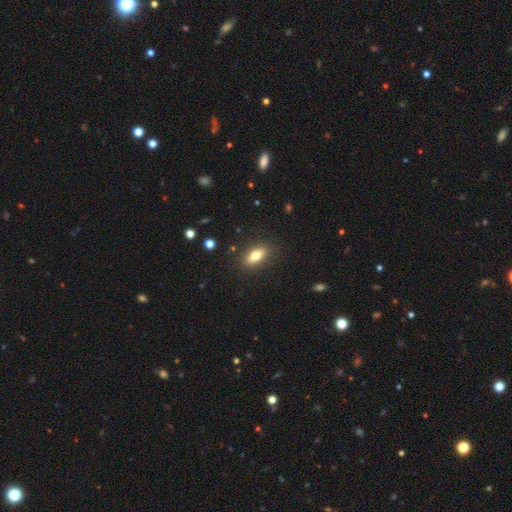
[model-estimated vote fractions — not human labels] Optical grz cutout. It shows a smooth galaxy with no disk features (76%) that is in between round and cigar-shaped (81%). Merging: none (87%).